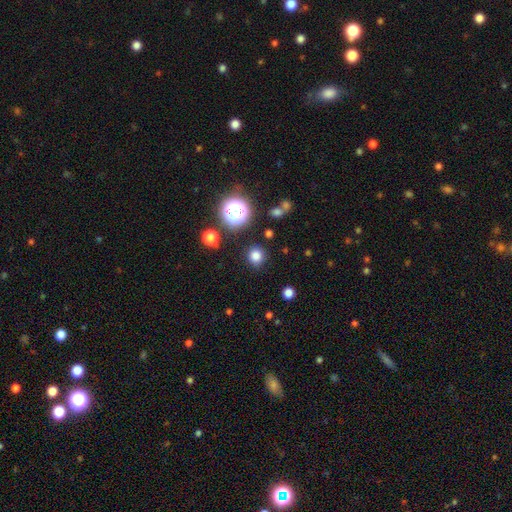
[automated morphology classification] smooth-or-featured: smooth: 79% | star or artifact: 16% | featured or disk: 5%
  how-rounded: round: 91% | in between: 8% | cigar-shaped: 1%
  merging: none: 87% | minor disturbance: 7% | major disturbance: 3% | merger: 2%